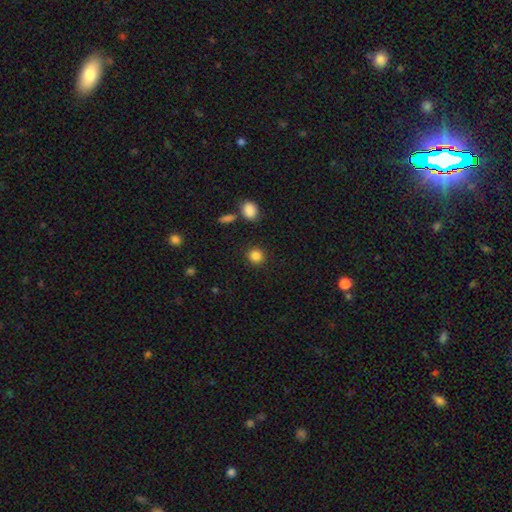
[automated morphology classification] This is clearly a smooth galaxy (86%). How rounded: clearly round (89%). Merging: clearly none (89%).